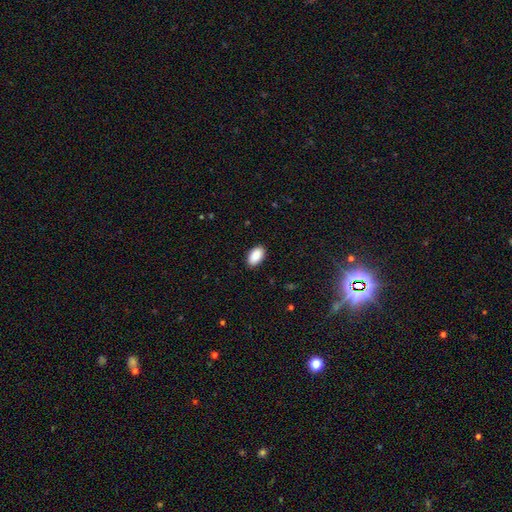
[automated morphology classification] Smooth or featured: smooth — 91% (star or artifact — 7%)
How rounded: in between — 95% (round — 4%)
Merging: none — 89% (minor disturbance — 8%)